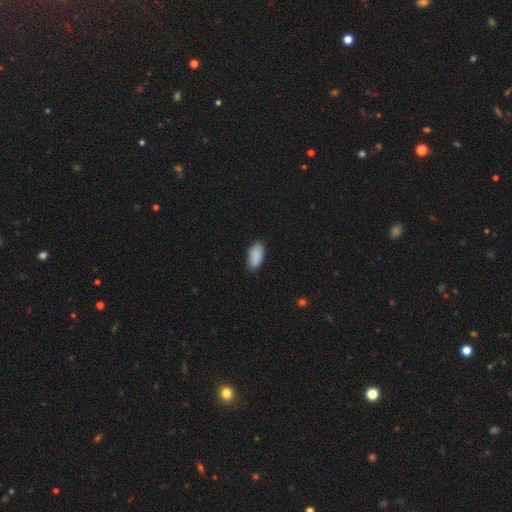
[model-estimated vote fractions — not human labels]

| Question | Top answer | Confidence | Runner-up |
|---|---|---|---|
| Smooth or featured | smooth | 89% | star or artifact (7%) |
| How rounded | in between | 92% | cigar-shaped (6%) |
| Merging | none | 82% | minor disturbance (14%) |